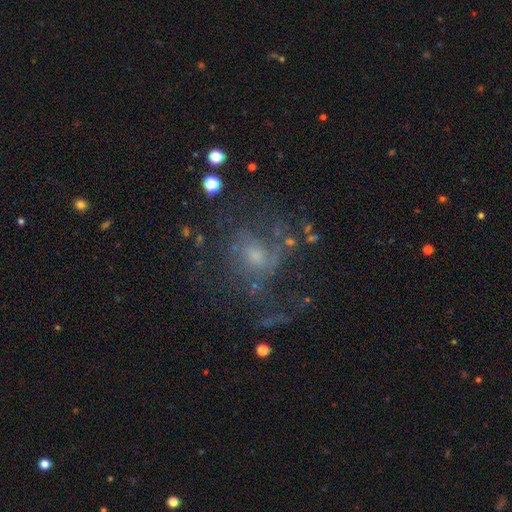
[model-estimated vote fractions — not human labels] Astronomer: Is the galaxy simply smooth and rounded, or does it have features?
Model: featured or disk — 61%.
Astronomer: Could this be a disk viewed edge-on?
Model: no — 97%.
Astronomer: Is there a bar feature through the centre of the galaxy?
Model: no — 73%.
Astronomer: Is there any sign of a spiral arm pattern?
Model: yes — 70%.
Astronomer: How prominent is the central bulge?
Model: small — 42% (runner-up: moderate, 40%).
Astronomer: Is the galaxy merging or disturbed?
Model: none — 49% (runner-up: major disturbance, 29%).